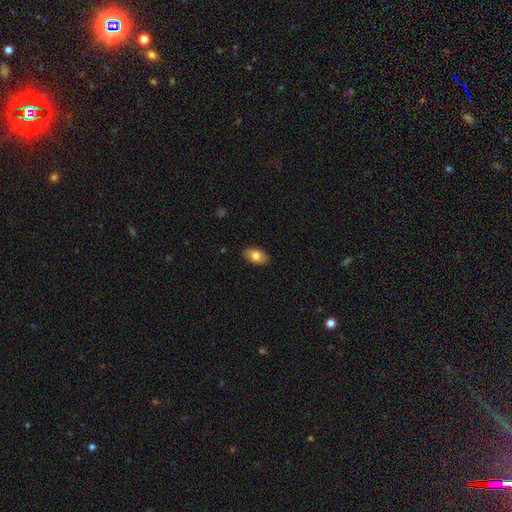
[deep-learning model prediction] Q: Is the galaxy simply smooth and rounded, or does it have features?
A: smooth — 81%.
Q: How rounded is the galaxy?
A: in between — 91%.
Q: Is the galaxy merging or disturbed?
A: none — 88%.